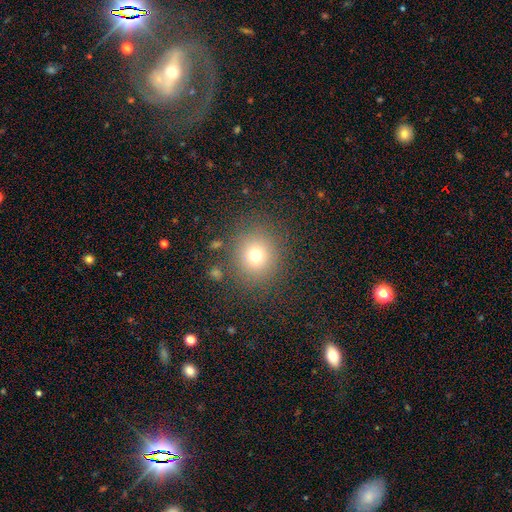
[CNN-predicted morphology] Smooth or featured? Predicted: smooth (p=0.73). How rounded? Predicted: round (p=0.85). Merging? Predicted: none (p=0.84).